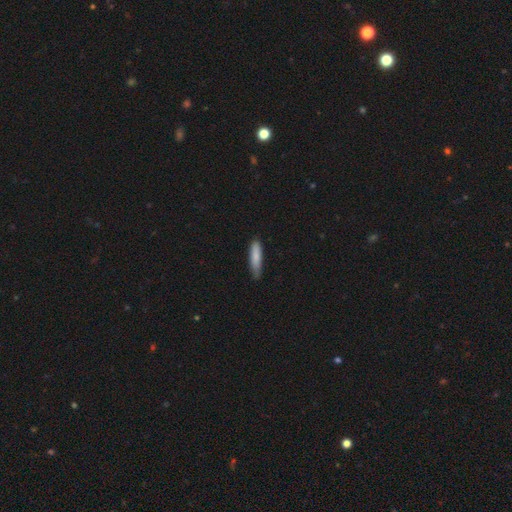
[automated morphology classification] Overall: smooth (83%). How rounded: cigar-shaped (77%). Merging: none (69%).